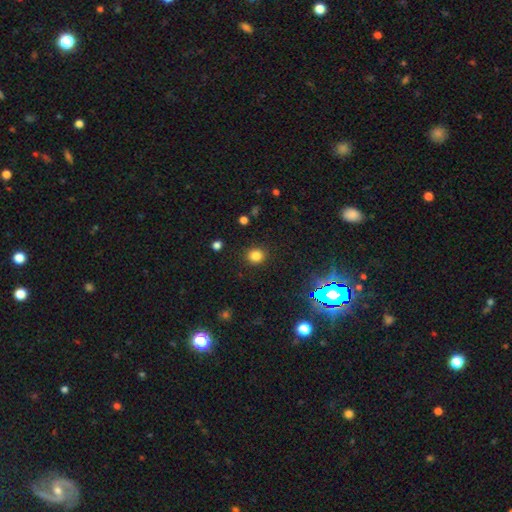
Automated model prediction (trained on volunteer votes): smooth_or_featured: smooth (p=0.81) [alt: star or artifact p=0.15]
how_rounded: round (p=0.82) [alt: in between p=0.17]
merging: none (p=0.90) [alt: minor disturbance p=0.06]